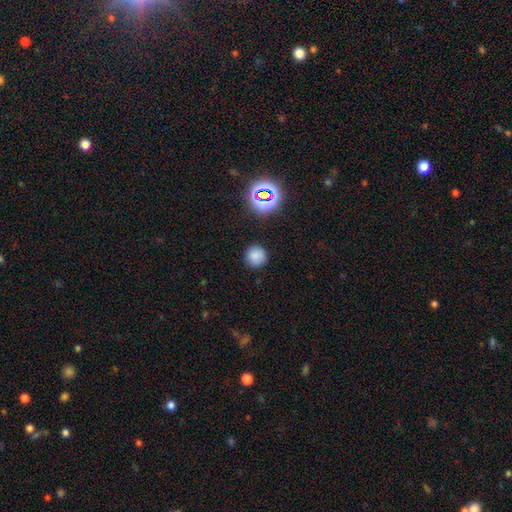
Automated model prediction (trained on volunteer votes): A smooth galaxy with no disk features (78%) that is round (94%). Merging: none (88%).